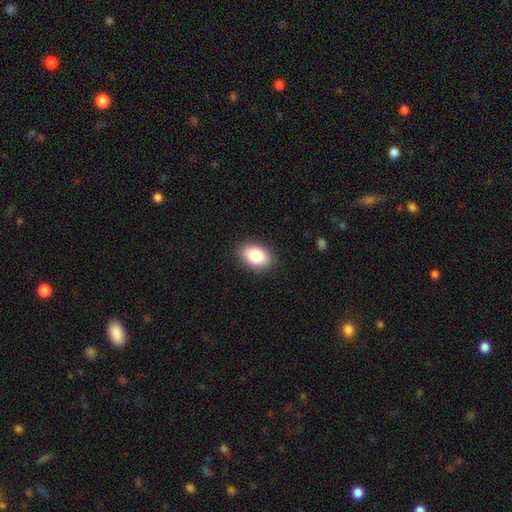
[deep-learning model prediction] Q: Smooth or featured?
A: smooth (84%); runner-up: featured or disk (8%)
Q: How rounded?
A: in between (85%); runner-up: round (14%)
Q: Merging?
A: none (89%); runner-up: minor disturbance (8%)